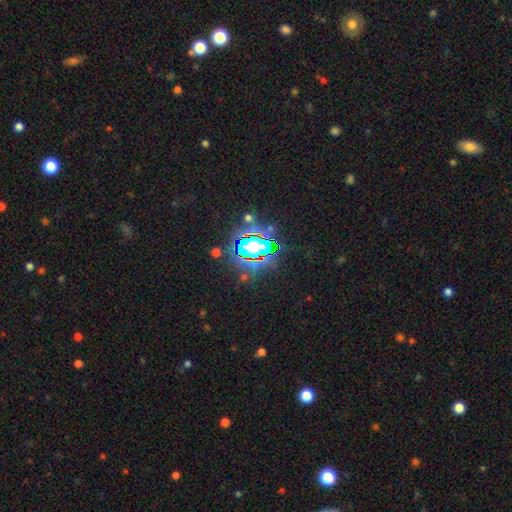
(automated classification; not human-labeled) This is clearly a star or artifact rather than a galaxy (83%).